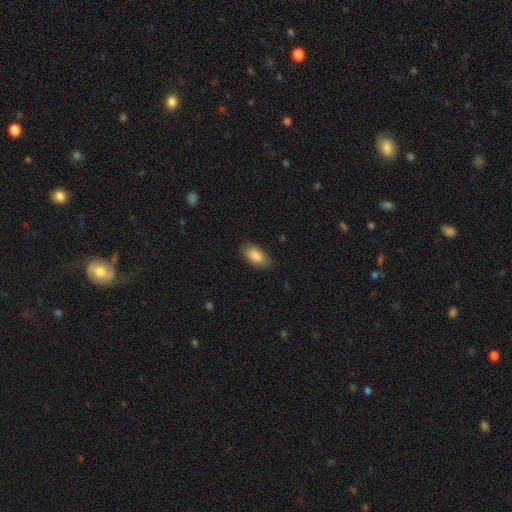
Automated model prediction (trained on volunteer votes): smooth-or-featured: smooth: 88% | star or artifact: 6% | featured or disk: 6%
  how-rounded: in between: 92% | cigar-shaped: 5% | round: 3%
  merging: none: 83% | minor disturbance: 13% | major disturbance: 3% | merger: 1%